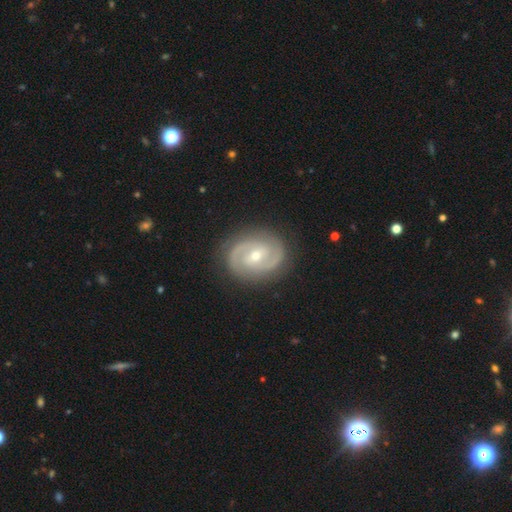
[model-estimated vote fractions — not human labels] The model was most divided on "bulge size": moderate: 49%, small: 47%, large: 2%, none: 1%, dominant: 1%. Remaining: edge-on disk — no (98%); spiral arms — yes (96%); spiral arm count — 2 (90%); smooth or featured — featured or disk (89%); merging — none (86%); spiral winding — tight (52%); bar — weak (47%).